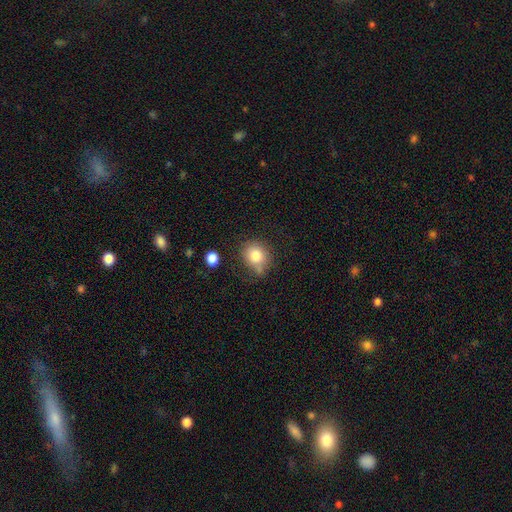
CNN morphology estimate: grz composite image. It shows a smooth galaxy with no disk features (82%) that is round (72%). Merging: none (63%).